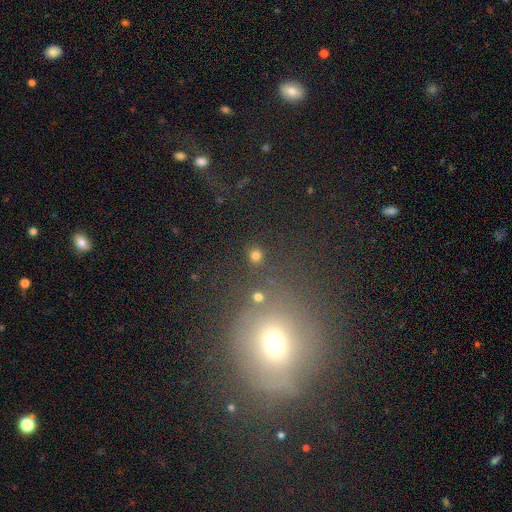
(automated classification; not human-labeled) A smooth galaxy with no disk features (78%) that is round (89%).

Vote fractions:
- Smooth or featured? smooth: 78% / star or artifact: 17% / featured or disk: 5%
- How rounded? round: 89% / in between: 10% / cigar-shaped: 1%
- Merging? none: 85% / minor disturbance: 7% / merger: 5% / major disturbance: 3%